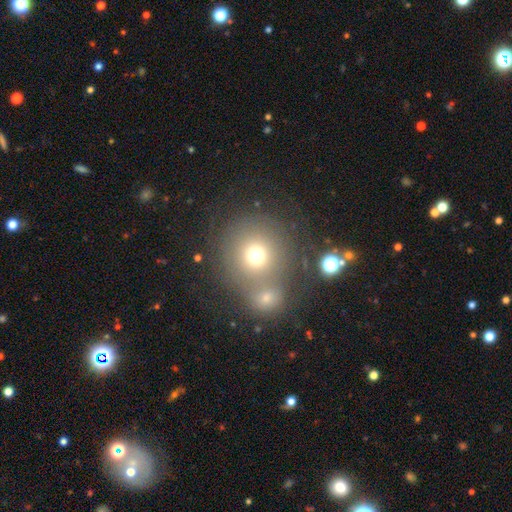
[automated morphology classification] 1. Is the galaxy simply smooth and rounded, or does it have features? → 70% smooth, 15% star or artifact, 14% featured or disk.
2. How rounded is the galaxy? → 90% round, 9% in between, 1% cigar-shaped.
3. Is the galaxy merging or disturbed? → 48% none, 39% merger, 8% minor disturbance, 5% major disturbance.